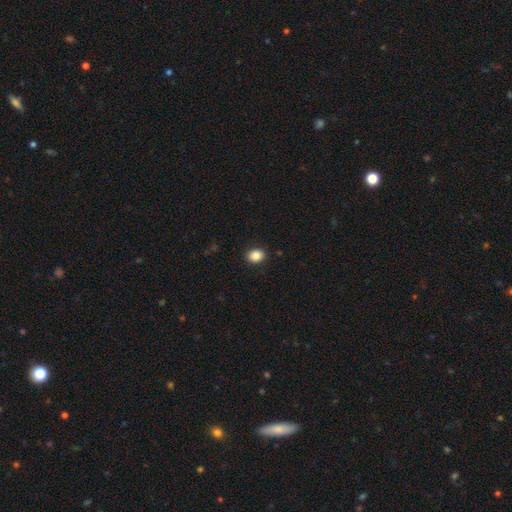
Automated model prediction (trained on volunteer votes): Overall: smooth (86%). How rounded: in between (51%; round 48%). Merging: none (90%).